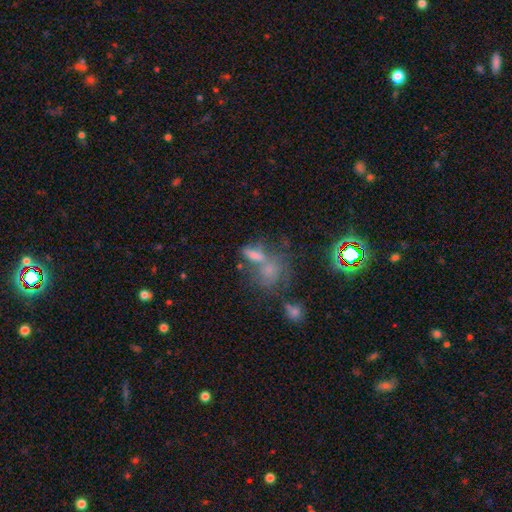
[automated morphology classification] smooth_or_featured: smooth (p=0.47) [alt: star or artifact p=0.30]
merging: merger (p=0.49) [alt: none p=0.30]